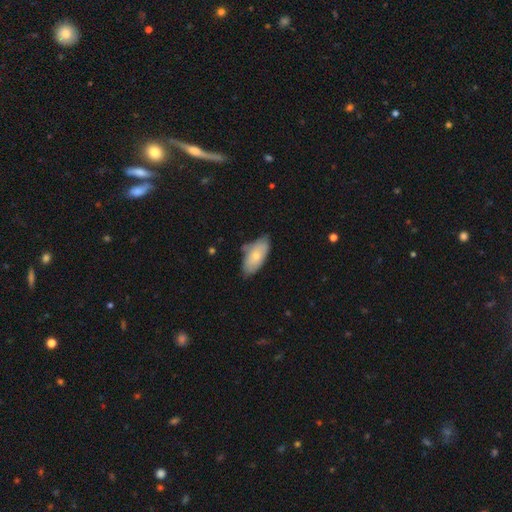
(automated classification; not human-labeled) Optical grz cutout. It shows a smooth galaxy with no disk features (71%) that is in between round and cigar-shaped (93%). Merging: none (62%).